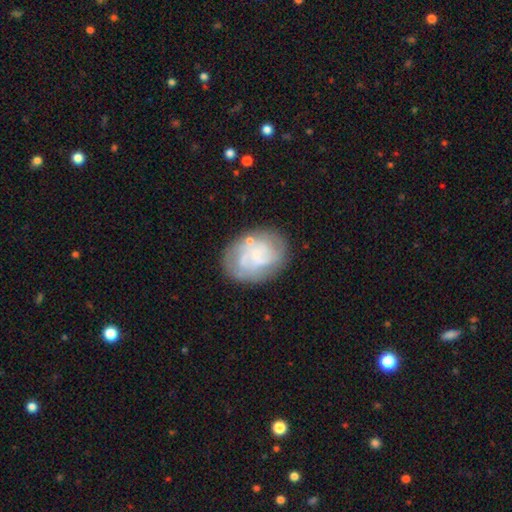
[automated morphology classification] Smooth or featured: featured or disk — 62% (smooth — 30%)
Edge-on disk: no — 98% (yes — 2%)
Bar: no — 74% (weak — 22%)
Spiral arms: yes — 69% (no — 31%)
Bulge size: small — 51% (none — 29%)
Merging: none — 65% (minor disturbance — 19%)